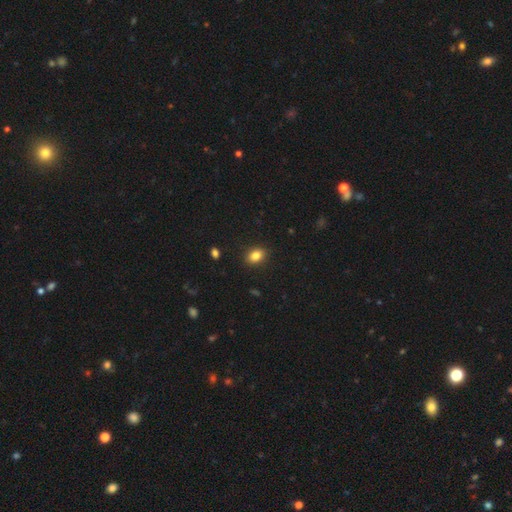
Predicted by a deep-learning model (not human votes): This is clearly a smooth galaxy (84%). How rounded: likely in between (71%). Merging: clearly none (89%).